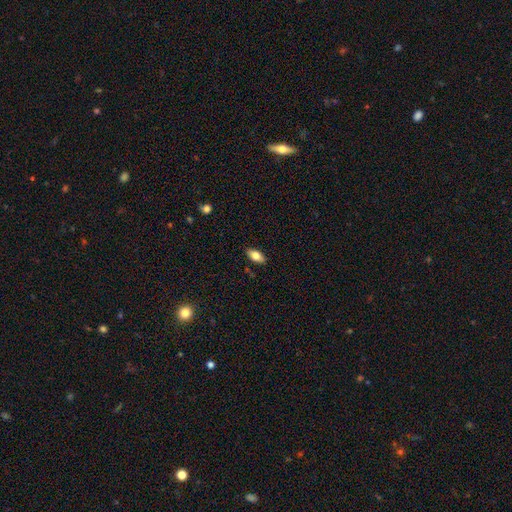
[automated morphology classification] Smooth or featured: smooth — 77% (featured or disk — 16%)
How rounded: in between — 89% (cigar-shaped — 8%)
Merging: none — 87% (minor disturbance — 9%)